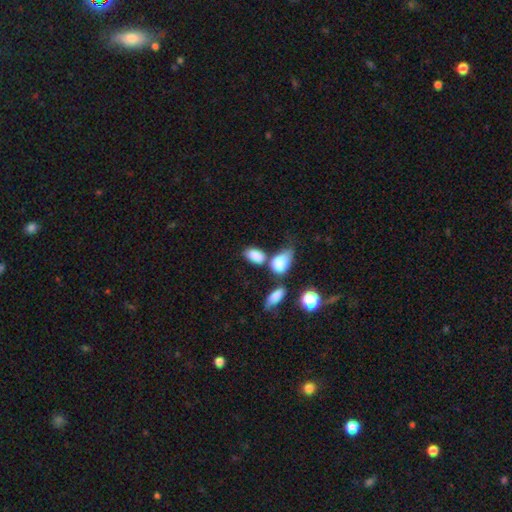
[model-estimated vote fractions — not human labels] smooth_or_featured: smooth (p=0.83) [alt: featured or disk p=0.09]
how_rounded: in between (p=0.88) [alt: round p=0.09]
merging: merger (p=0.36) [tied with: none p=0.36]